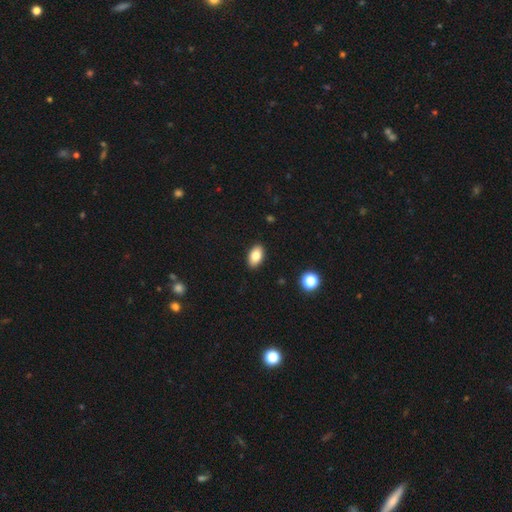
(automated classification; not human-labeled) The model was most divided on "smooth or featured": smooth: 81%, featured or disk: 11%, star or artifact: 8%. More confident: how rounded — in between (92%); merging — none (90%).